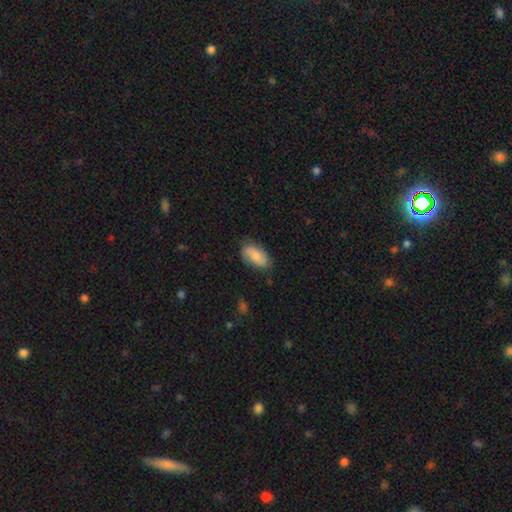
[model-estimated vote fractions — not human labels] The model was most divided on "smooth or featured": smooth: 71%, featured or disk: 23%, star or artifact: 7%. More confident: how rounded — in between (93%); merging — none (71%).